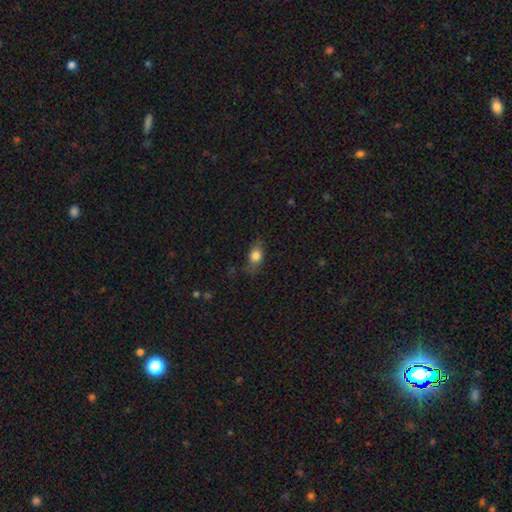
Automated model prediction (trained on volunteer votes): A smooth galaxy with no disk features (77%) that is in between round and cigar-shaped (70%).

Vote fractions:
- Smooth or featured? smooth: 77% / featured or disk: 13% / star or artifact: 10%
- How rounded? in between: 70% / round: 23% / cigar-shaped: 7%
- Merging? none: 63% / minor disturbance: 27% / major disturbance: 9% / merger: 2%